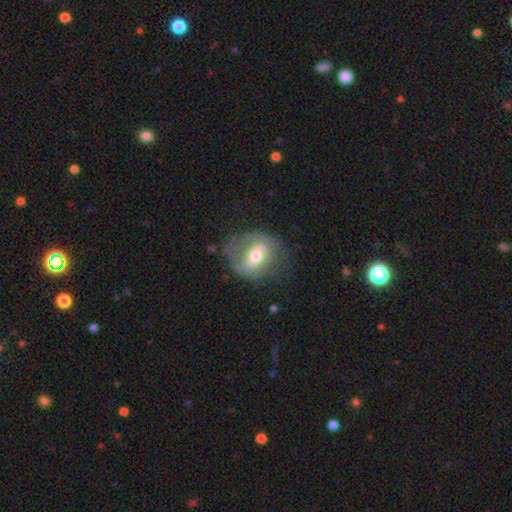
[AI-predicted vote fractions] Smooth or featured?
  - featured or disk: 63% *
  - smooth: 31%
  - star or artifact: 6%
Edge-on disk?
  - no: 96% *
  - yes: 4%
Bar?
  - weak: 42% *
  - no: 37%
  - strong: 21%
Spiral arms?
  - yes: 68% *
  - no: 32%
Bulge size?
  - moderate: 70% *
  - small: 17%
  - large: 11%
  - dominant: 1%
  - none: 1%
Merging?
  - none: 57% *
  - minor disturbance: 24%
  - major disturbance: 17%
  - merger: 2%